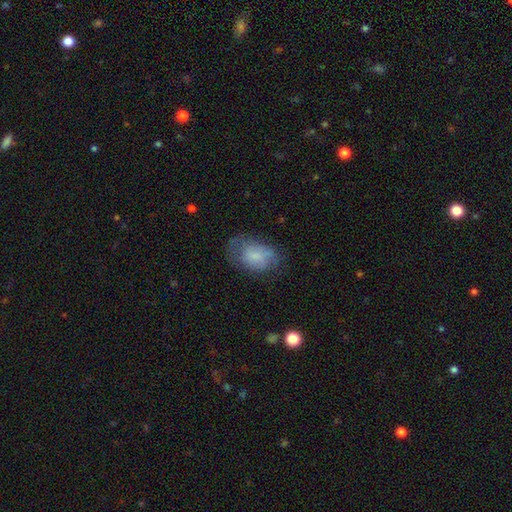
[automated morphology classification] Q: Smooth or featured?
A: smooth (67%); runner-up: featured or disk (24%)
Q: How rounded?
A: in between (84%); runner-up: round (15%)
Q: Merging?
A: none (49%); runner-up: minor disturbance (29%)